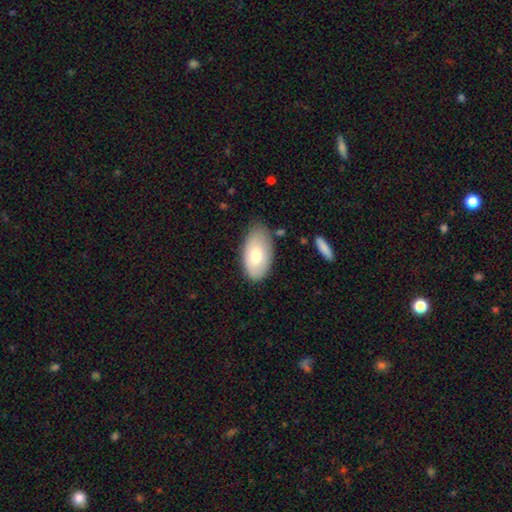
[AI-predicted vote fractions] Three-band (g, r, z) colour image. It shows a smooth galaxy with no disk features (73%) that is in between round and cigar-shaped (95%). Merging: none (72%).